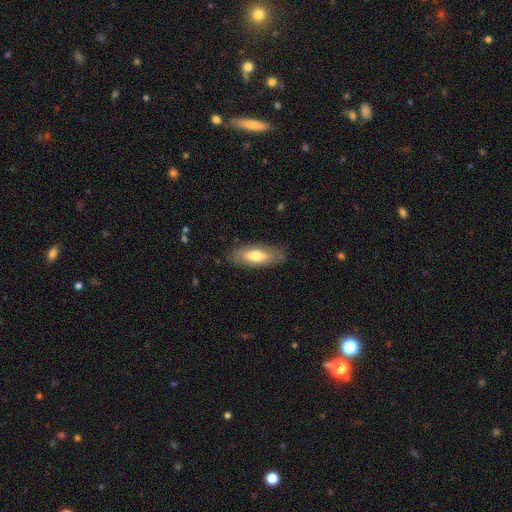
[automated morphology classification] smooth_or_featured: smooth (p=0.65) [alt: featured or disk p=0.30]
how_rounded: in between (p=0.75) [alt: cigar-shaped p=0.23]
merging: none (p=0.80) [alt: minor disturbance p=0.14]